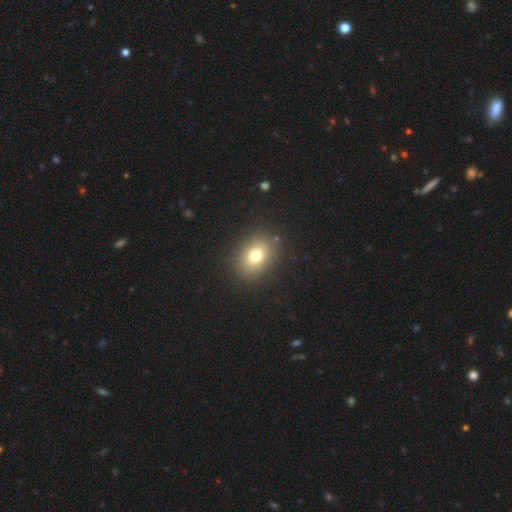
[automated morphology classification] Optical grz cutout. It shows a smooth galaxy with no disk features (76%) that is in between round and cigar-shaped (57%). Merging: none (87%).